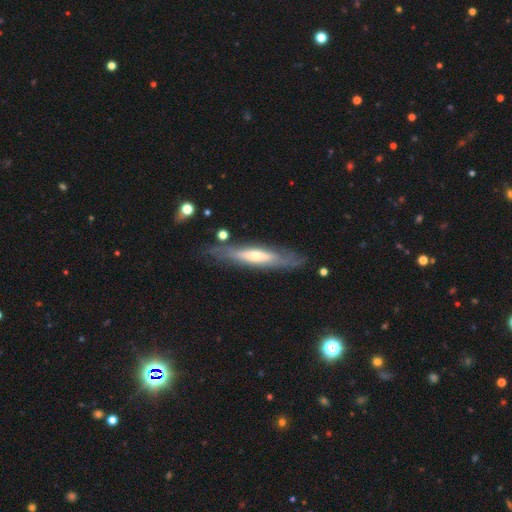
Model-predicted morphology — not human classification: Q: Smooth or featured?
A: featured or disk (64%); runner-up: smooth (30%)
Q: Edge-on disk?
A: yes (63%); runner-up: no (37%)
Q: Merging?
A: none (73%); runner-up: minor disturbance (18%)